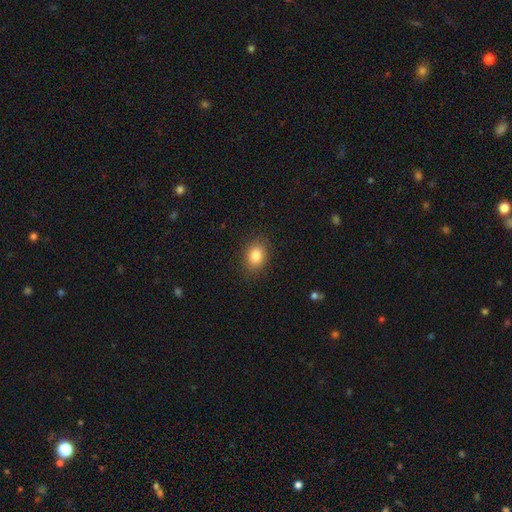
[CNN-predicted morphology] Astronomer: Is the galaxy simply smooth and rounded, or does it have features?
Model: smooth — 85%.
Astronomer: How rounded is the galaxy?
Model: in between — 68%.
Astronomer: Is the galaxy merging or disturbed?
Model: none — 86%.